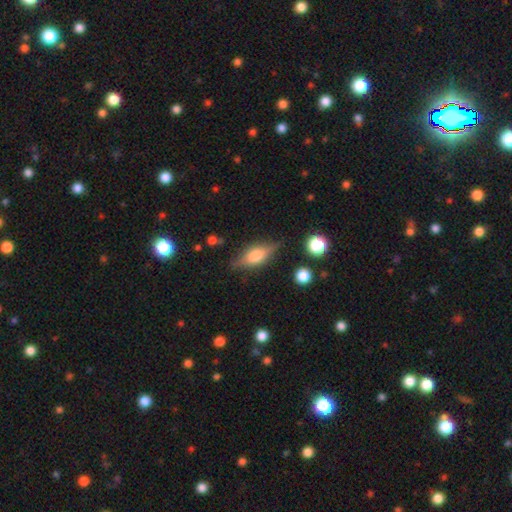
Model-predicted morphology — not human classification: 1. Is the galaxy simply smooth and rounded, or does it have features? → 50% featured or disk, 42% smooth, 8% star or artifact.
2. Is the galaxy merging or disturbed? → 78% none, 16% minor disturbance, 4% major disturbance, 2% merger.